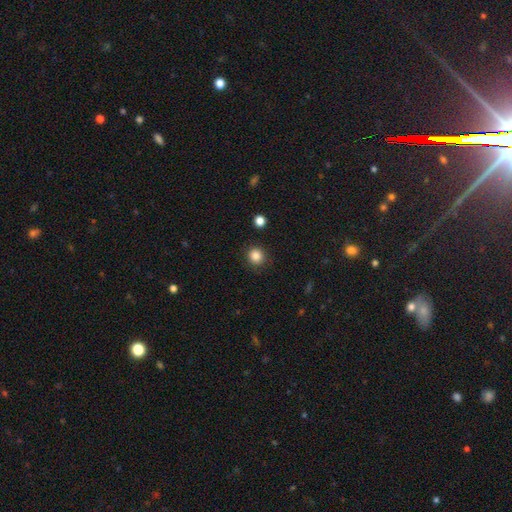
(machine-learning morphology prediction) This is clearly a smooth galaxy (85%). How rounded: clearly round (91%). Merging: clearly none (89%).